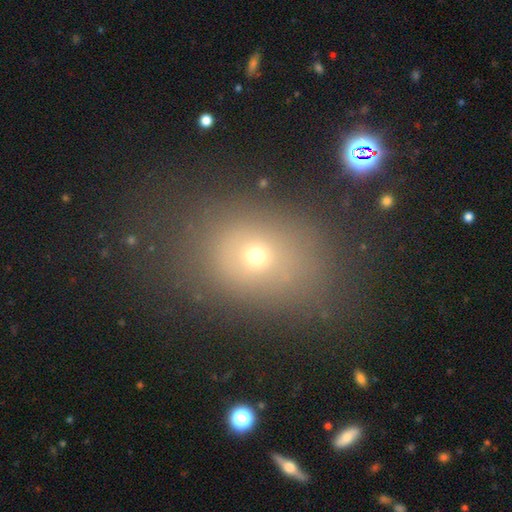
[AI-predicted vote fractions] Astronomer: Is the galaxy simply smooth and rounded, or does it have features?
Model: smooth — 62%.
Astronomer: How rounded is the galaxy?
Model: in between — 57% (runner-up: round, 42%).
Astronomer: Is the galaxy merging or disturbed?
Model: none — 74%.